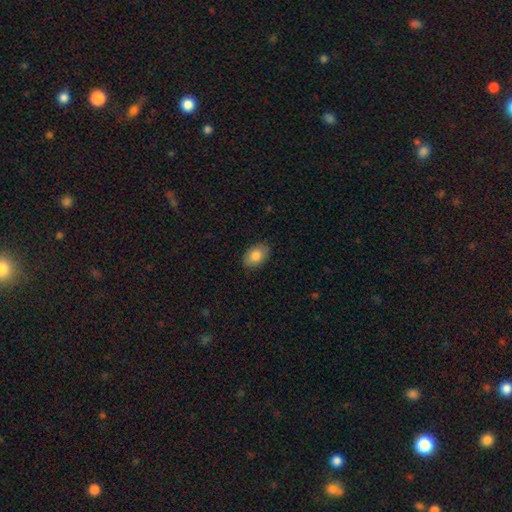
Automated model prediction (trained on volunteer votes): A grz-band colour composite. It shows a smooth galaxy with no disk features (84%) that is in between round and cigar-shaped (88%). Merging: none (87%).